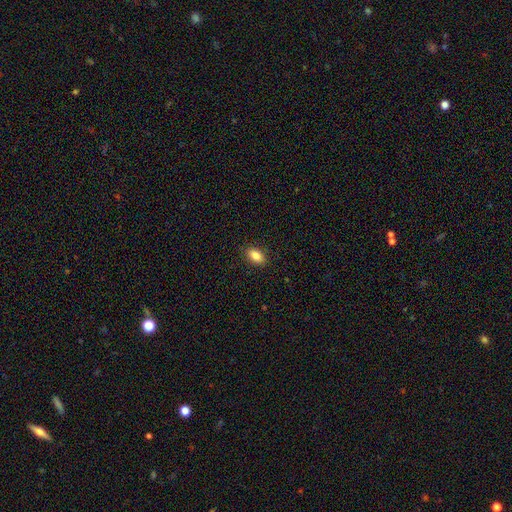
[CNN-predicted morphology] Overall: smooth (86%). How rounded: in between (90%). Merging: none (90%).